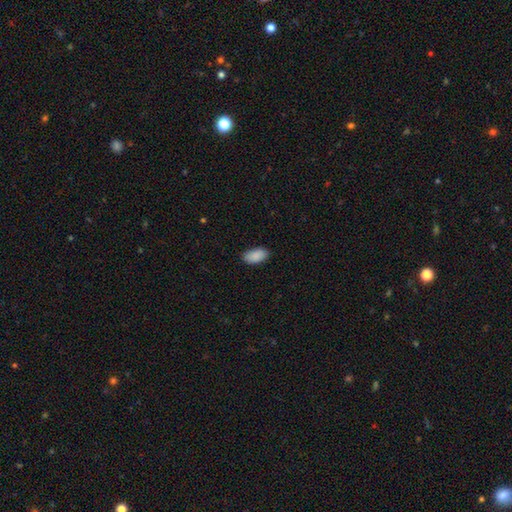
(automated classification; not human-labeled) Smooth or featured? smooth (90%)
How rounded? in between (94%)
Merging? none (87%)